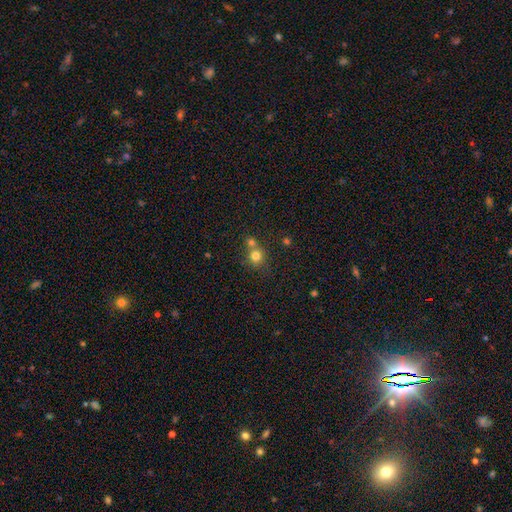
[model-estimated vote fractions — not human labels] A smooth galaxy with no disk features (78%) that is round (87%).

Vote fractions:
- Smooth or featured? smooth: 78% / star or artifact: 14% / featured or disk: 9%
- How rounded? round: 87% / in between: 12% / cigar-shaped: 1%
- Merging? none: 51% / merger: 38% / minor disturbance: 8% / major disturbance: 3%